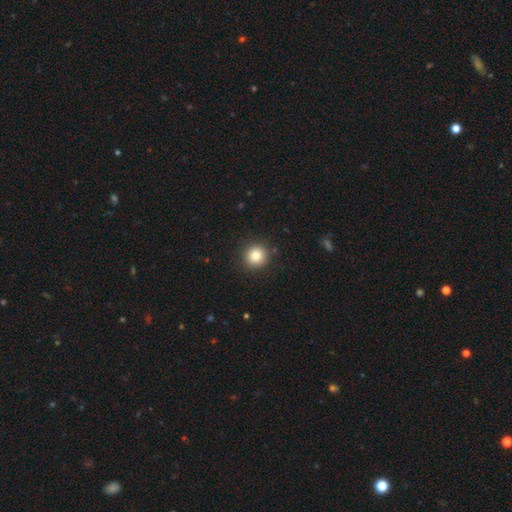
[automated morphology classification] Smooth or featured: smooth — 82% (star or artifact — 11%)
How rounded: round — 94% (in between — 6%)
Merging: none — 90% (minor disturbance — 6%)